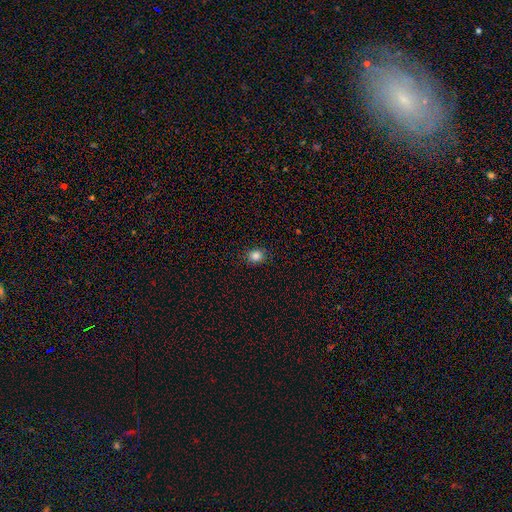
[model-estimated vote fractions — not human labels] A smooth galaxy with no disk features (84%) that is round (77%). Merging: none (90%).